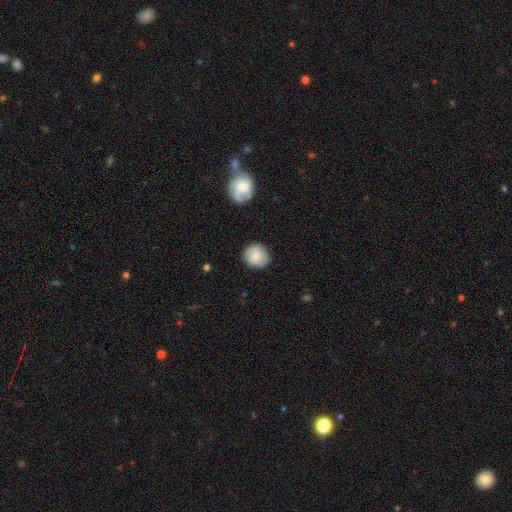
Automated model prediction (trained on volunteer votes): Q: Smooth or featured?
A: smooth (75%); runner-up: featured or disk (17%)
Q: How rounded?
A: round (87%); runner-up: in between (12%)
Q: Merging?
A: none (85%); runner-up: minor disturbance (11%)